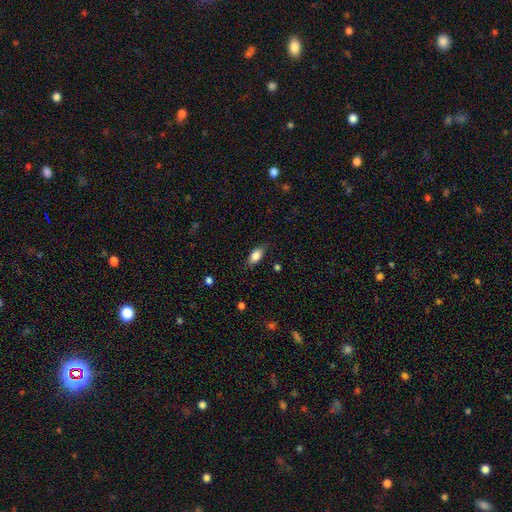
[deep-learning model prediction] A smooth galaxy with no disk features (82%) that is in between round and cigar-shaped (86%).

Vote fractions:
- Smooth or featured? smooth: 82% / featured or disk: 11% / star or artifact: 7%
- How rounded? in between: 86% / cigar-shaped: 9% / round: 5%
- Merging? none: 79% / minor disturbance: 17% / major disturbance: 4% / merger: 1%